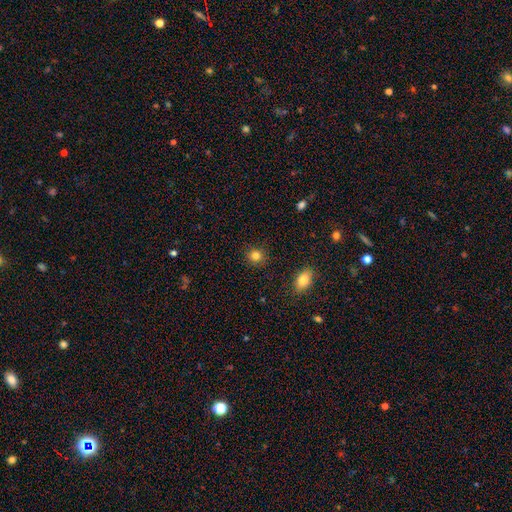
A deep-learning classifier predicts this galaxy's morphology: This is clearly a smooth galaxy (84%). How rounded: clearly round (86%). Merging: clearly none (89%).